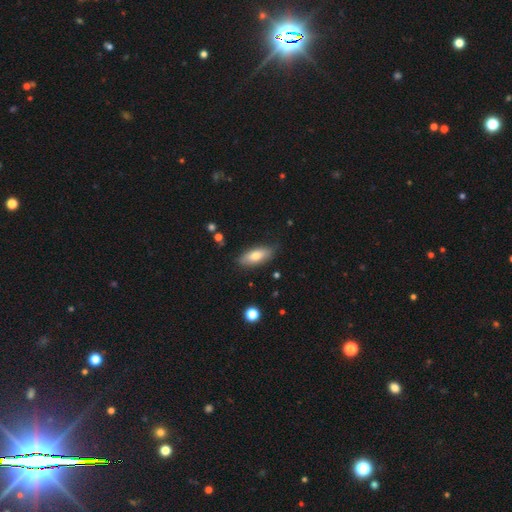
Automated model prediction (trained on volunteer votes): Q: Smooth or featured?
A: smooth (72%); runner-up: featured or disk (21%)
Q: How rounded?
A: in between (80%); runner-up: cigar-shaped (18%)
Q: Merging?
A: none (82%); runner-up: minor disturbance (14%)